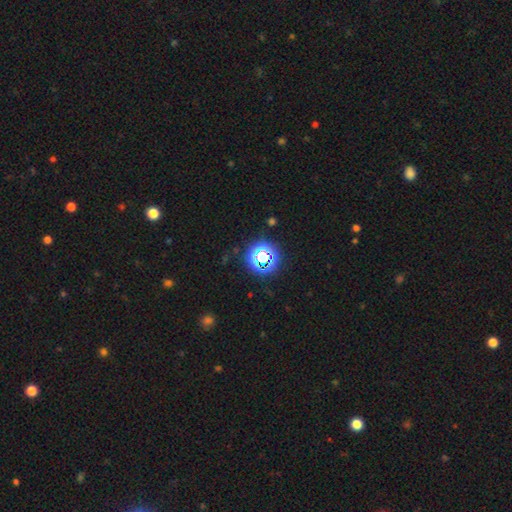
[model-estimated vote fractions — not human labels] This is likely a star or artifact rather than a galaxy (72%).